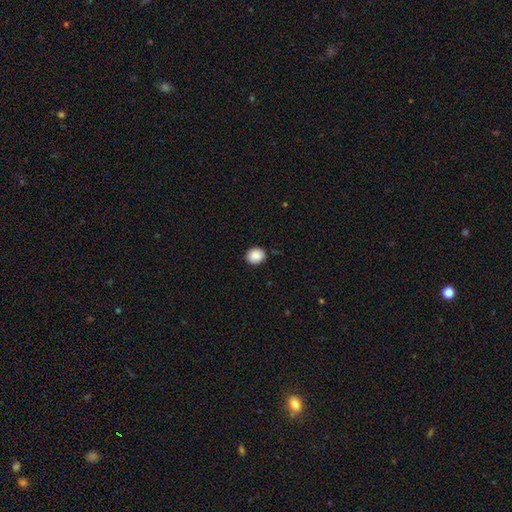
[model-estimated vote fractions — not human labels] smooth 88%, star or artifact 8%, featured or disk 4%. Down the decision tree: how rounded — round (78%); merging — none (88%).